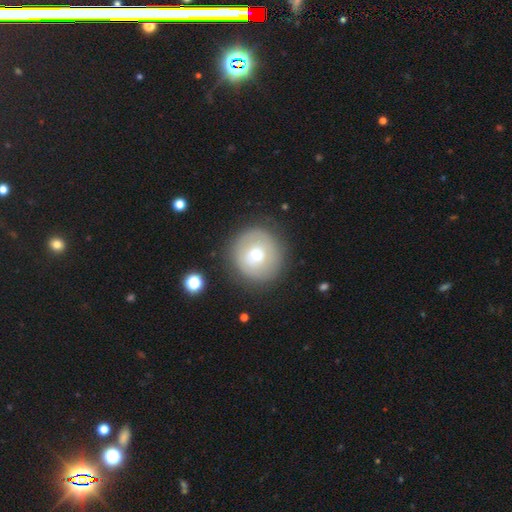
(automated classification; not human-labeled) Q: Smooth or featured?
A: smooth (61%); runner-up: featured or disk (29%)
Q: How rounded?
A: round (94%); runner-up: in between (5%)
Q: Merging?
A: none (82%); runner-up: minor disturbance (11%)